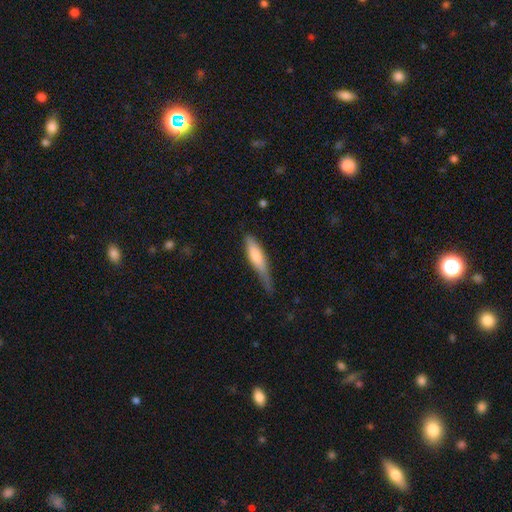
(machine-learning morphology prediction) Smooth or featured: smooth — 69% (featured or disk — 26%)
How rounded: cigar-shaped — 74% (in between — 25%)
Merging: minor disturbance — 42% (none — 40%)